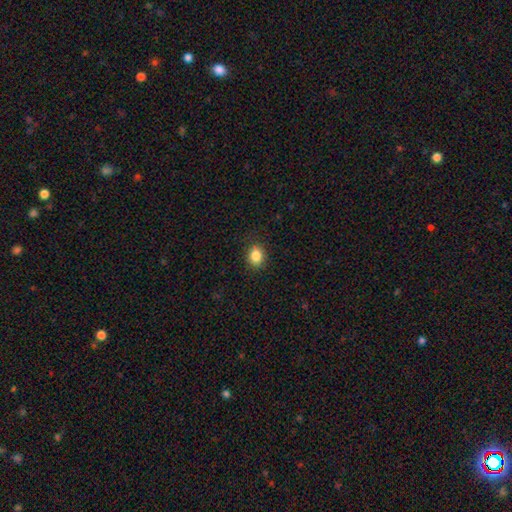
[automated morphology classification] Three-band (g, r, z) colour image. It shows a smooth galaxy with no disk features (85%) that is in between round and cigar-shaped (50%). Merging: none (88%).